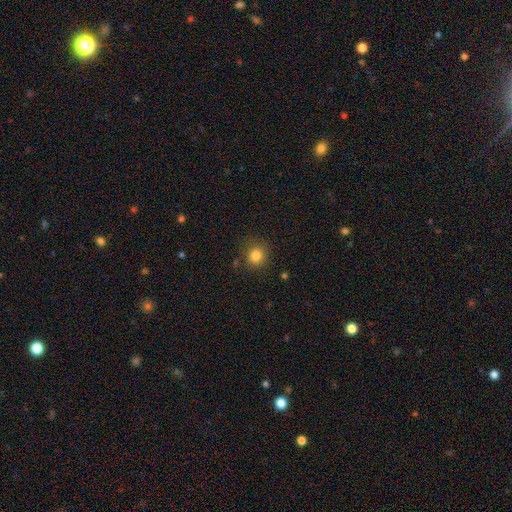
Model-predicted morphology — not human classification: smooth_or_featured: smooth (p=0.82) [alt: star or artifact p=0.13]
how_rounded: round (p=0.87) [alt: in between p=0.12]
merging: none (p=0.83) [alt: minor disturbance p=0.11]